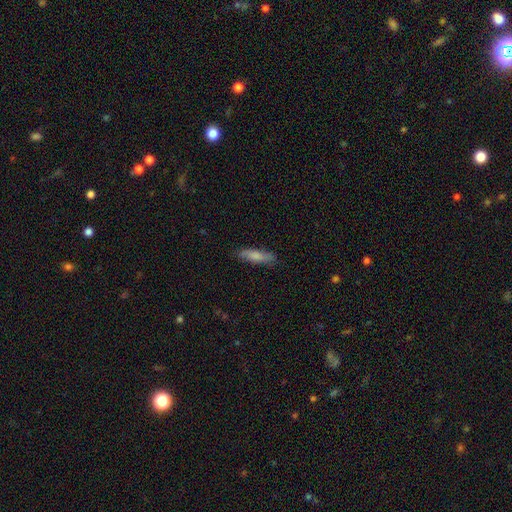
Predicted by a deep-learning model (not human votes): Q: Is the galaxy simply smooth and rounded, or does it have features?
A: smooth — 76%.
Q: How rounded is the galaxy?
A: cigar-shaped — 68%.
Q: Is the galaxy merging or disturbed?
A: none — 81%.